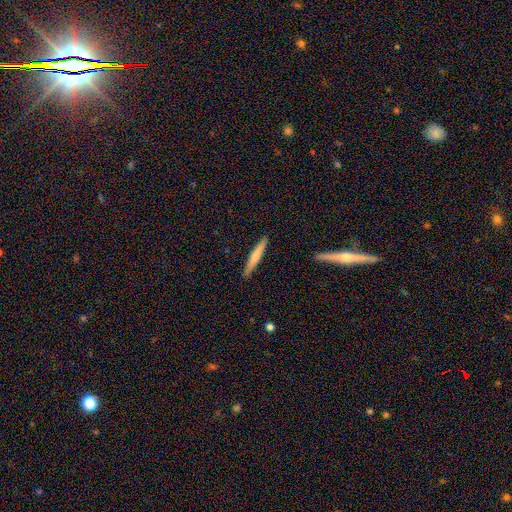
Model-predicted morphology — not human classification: This is likely a smooth galaxy (69%). How rounded: clearly cigar-shaped (95%). Merging: clearly none (90%).